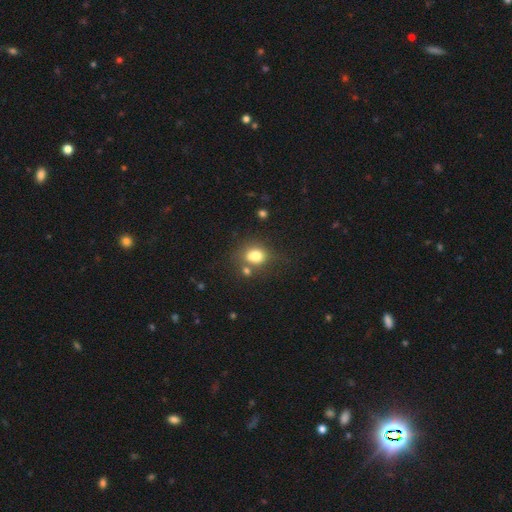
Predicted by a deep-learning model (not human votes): Smooth or featured: smooth — 79% (star or artifact — 11%)
How rounded: round — 51% (in between — 47%)
Merging: none — 57% (merger — 21%)